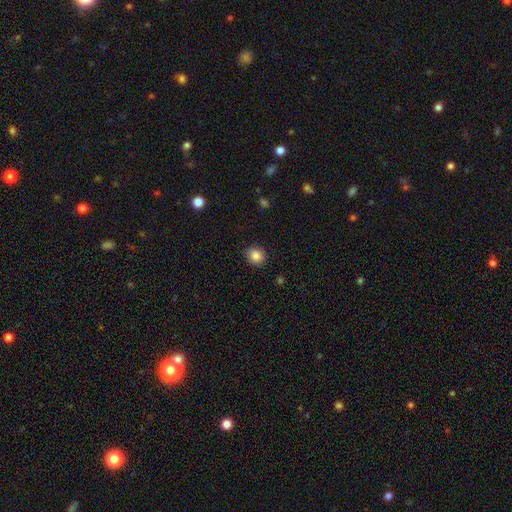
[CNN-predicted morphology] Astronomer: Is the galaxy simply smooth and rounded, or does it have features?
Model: smooth — 86%.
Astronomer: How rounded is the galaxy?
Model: round — 75%.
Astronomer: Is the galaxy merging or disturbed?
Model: none — 86%.